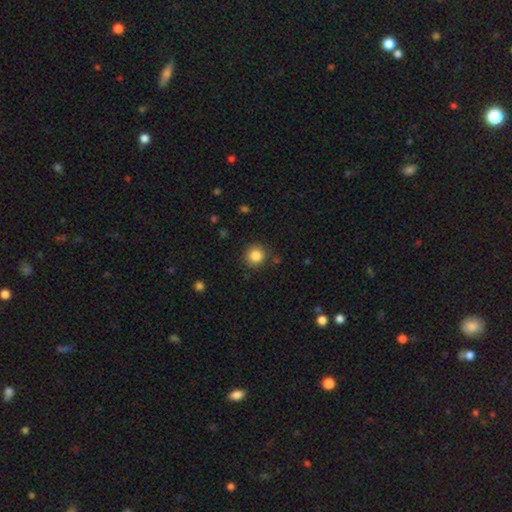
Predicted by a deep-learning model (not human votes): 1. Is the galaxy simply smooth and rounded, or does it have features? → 85% smooth, 11% star or artifact, 5% featured or disk.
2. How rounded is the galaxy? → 93% round, 6% in between, 1% cigar-shaped.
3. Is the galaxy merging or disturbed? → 88% none, 8% minor disturbance, 3% major disturbance, 2% merger.